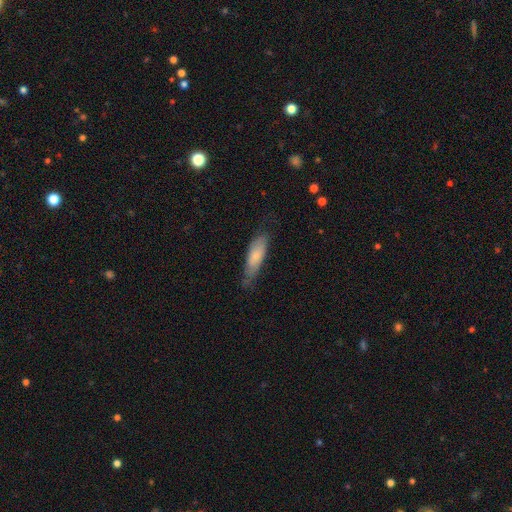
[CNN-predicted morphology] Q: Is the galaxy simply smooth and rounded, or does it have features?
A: smooth — 70%.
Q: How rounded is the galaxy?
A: cigar-shaped — 49%, tied with in between.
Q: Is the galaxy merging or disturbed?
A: none — 62%.